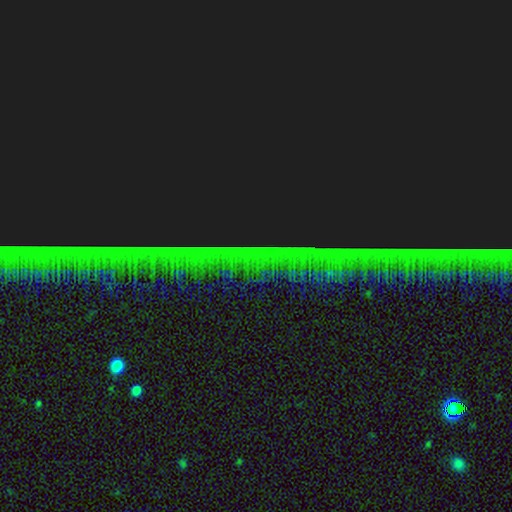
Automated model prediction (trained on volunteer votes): Smooth or featured? Predicted: star or artifact (p=0.88).